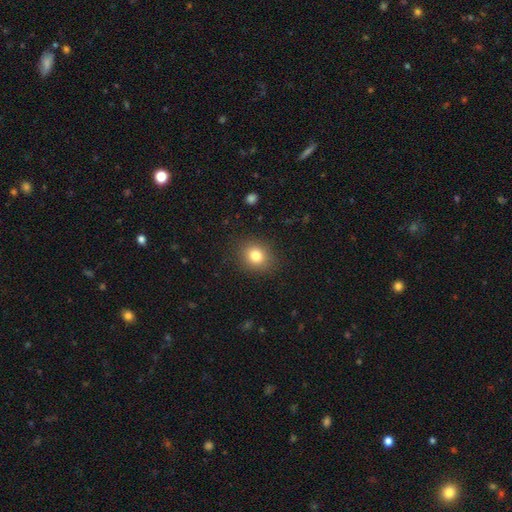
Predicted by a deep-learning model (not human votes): Smooth or featured? Predicted: smooth (p=0.81). How rounded? Predicted: round (p=0.65). Merging? Predicted: none (p=0.87).